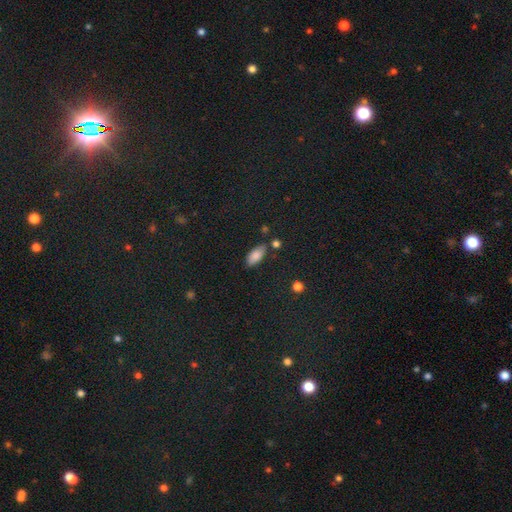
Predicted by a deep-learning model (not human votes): smooth 83%, star or artifact 10%, featured or disk 8%. Down the decision tree: how rounded — in between (89%); merging — none (75%).